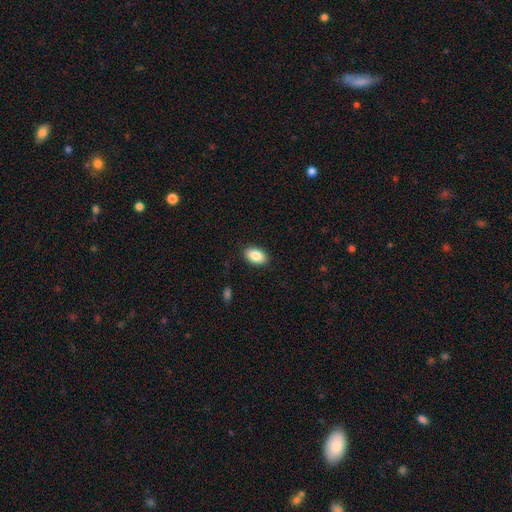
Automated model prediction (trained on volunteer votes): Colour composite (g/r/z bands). It shows a smooth galaxy with no disk features (86%) that is in between round and cigar-shaped (92%). Merging: none (89%).